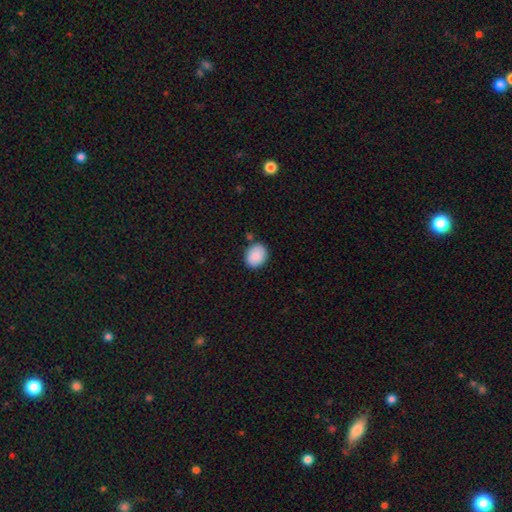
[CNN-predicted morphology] A smooth galaxy with no disk features (90%) that is in between round and cigar-shaped (53%). Merging: none (81%).